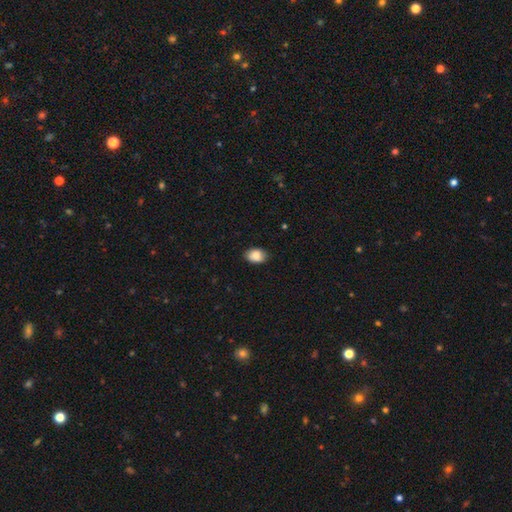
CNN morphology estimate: smooth 88%, star or artifact 7%, featured or disk 5%. Down the decision tree: how rounded — in between (85%); merging — none (83%).